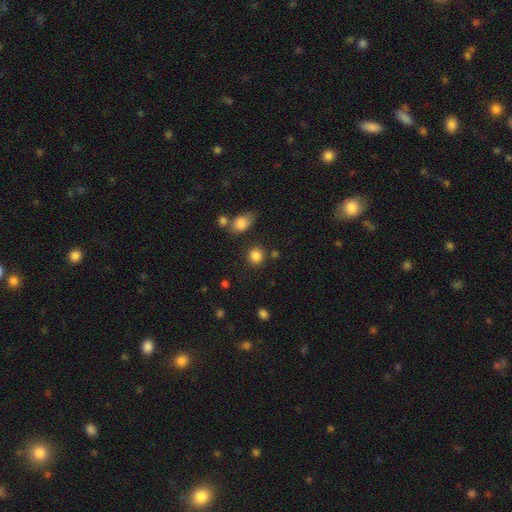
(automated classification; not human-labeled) Smooth or featured? Predicted: smooth (p=0.84). How rounded? Predicted: round (p=0.85). Merging? Predicted: none (p=0.80).